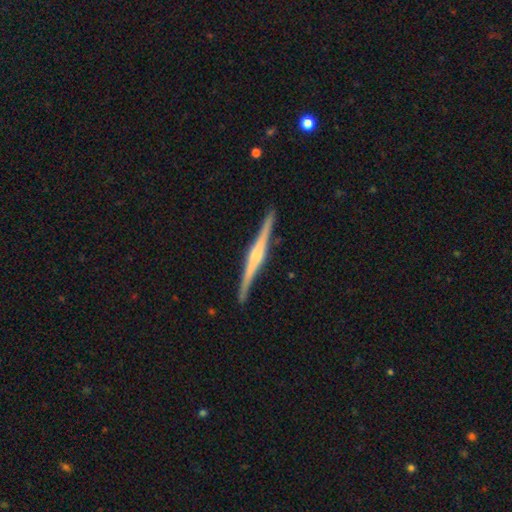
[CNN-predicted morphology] Smooth or featured? Predicted: featured or disk (p=0.82). Edge-on disk? Predicted: yes (p=0.99). Edge-on bulge? Predicted: rounded (p=0.67). Merging? Predicted: none (p=0.91).